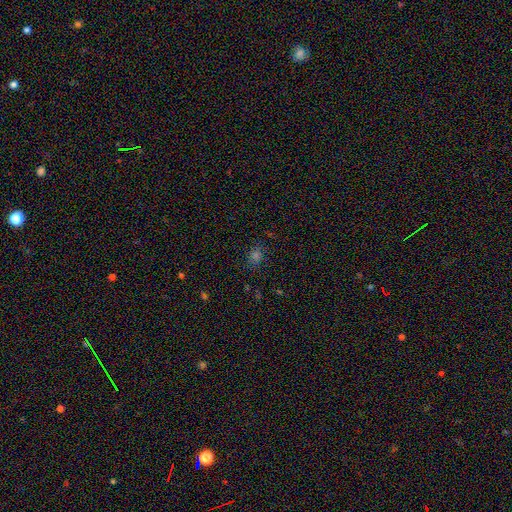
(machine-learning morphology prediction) A smooth galaxy with no disk features (65%) that is round (62%).

Vote fractions:
- Smooth or featured? smooth: 65% / star or artifact: 28% / featured or disk: 7%
- How rounded? round: 62% / in between: 37% / cigar-shaped: 1%
- Merging? none: 83% / minor disturbance: 12% / major disturbance: 3% / merger: 2%